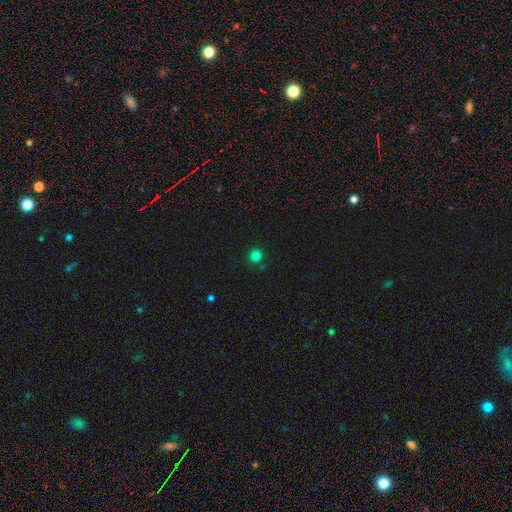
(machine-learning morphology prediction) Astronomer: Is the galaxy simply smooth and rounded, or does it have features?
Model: smooth — 79%.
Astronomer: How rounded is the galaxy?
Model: round — 95%.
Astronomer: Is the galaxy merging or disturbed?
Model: none — 89%.